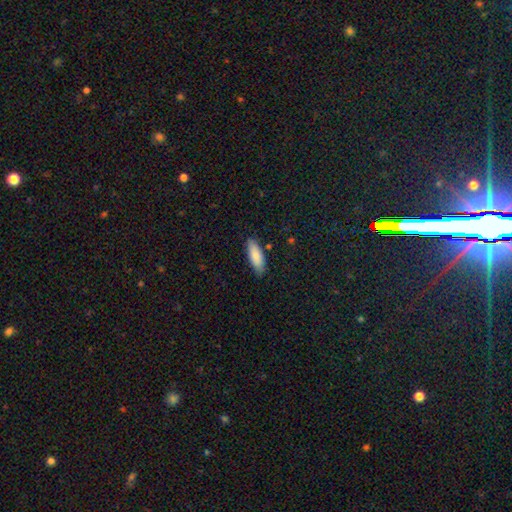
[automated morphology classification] A smooth galaxy with no disk features (87%) that is in between round and cigar-shaped (64%).

Vote fractions:
- Smooth or featured? smooth: 87% / featured or disk: 7% / star or artifact: 6%
- How rounded? in between: 64% / cigar-shaped: 34% / round: 2%
- Merging? none: 84% / minor disturbance: 12% / major disturbance: 2% / merger: 1%